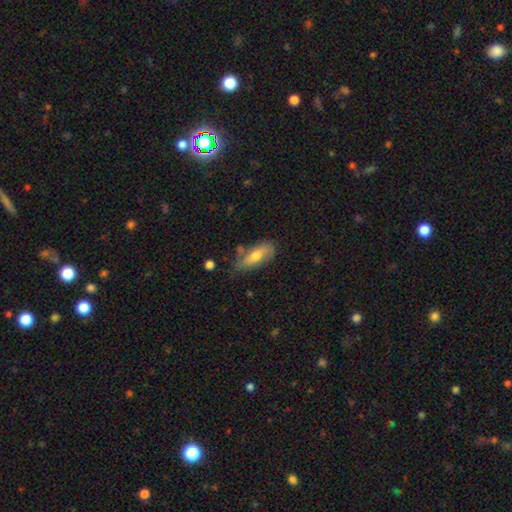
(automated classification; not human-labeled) A smooth galaxy with no disk features (64%) that is in between round and cigar-shaped (71%). Merging: none (67%).